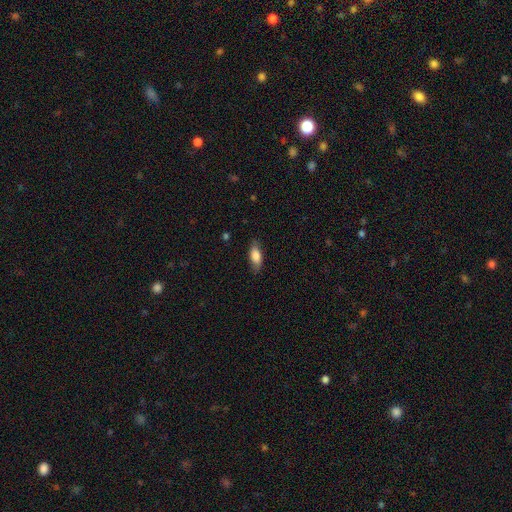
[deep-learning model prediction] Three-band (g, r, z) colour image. It shows a smooth galaxy with no disk features (78%) that is in between round and cigar-shaped (78%). Merging: none (79%).